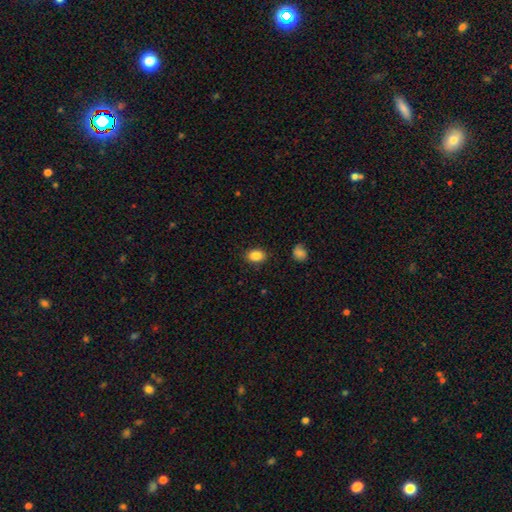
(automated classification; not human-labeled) This is clearly a smooth galaxy (86%). How rounded: likely in between (77%). Merging: clearly none (87%).